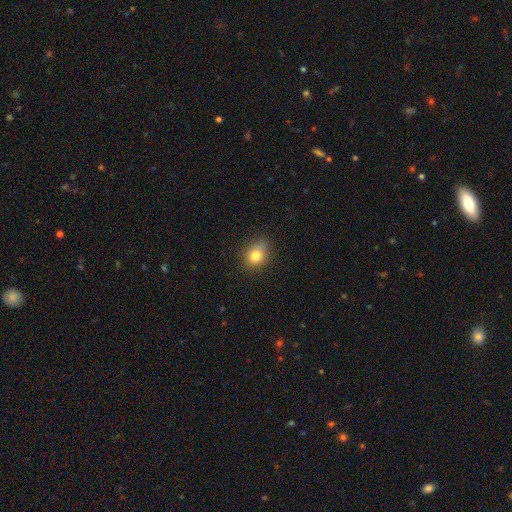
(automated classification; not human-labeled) smooth 79%, star or artifact 11%, featured or disk 9%. Down the decision tree: how rounded — round (52%); merging — none (75%).